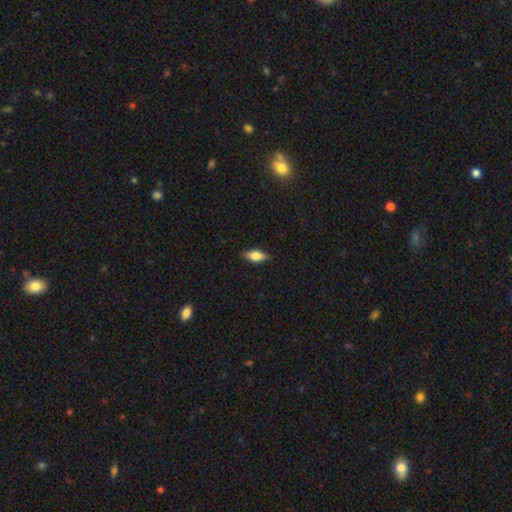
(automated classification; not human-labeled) Smooth or featured? smooth (70%)
How rounded? in between (80%)
Merging? none (84%)